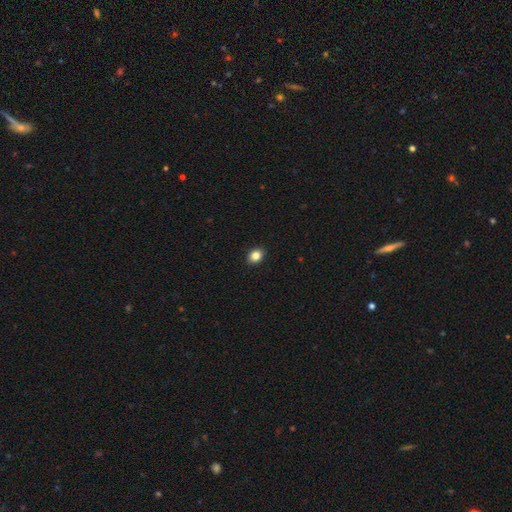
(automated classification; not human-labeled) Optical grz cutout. It shows a smooth galaxy with no disk features (84%) that is in between round and cigar-shaped (55%). Merging: none (91%).